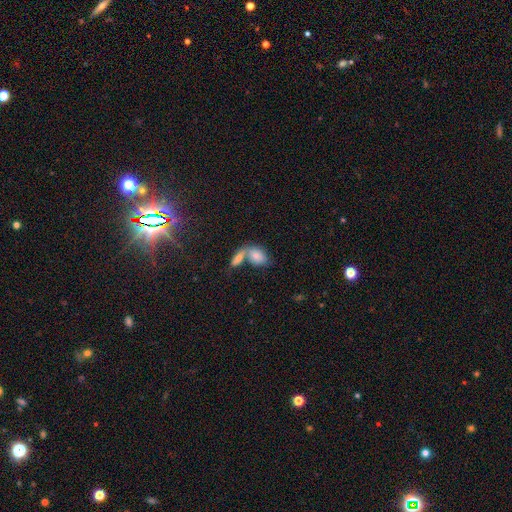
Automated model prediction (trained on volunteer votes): Smooth or featured?
  - smooth: 80% *
  - featured or disk: 12%
  - star or artifact: 7%
How rounded?
  - in between: 89% *
  - round: 8%
  - cigar-shaped: 4%
Merging?
  - merger: 58% *
  - none: 29%
  - minor disturbance: 9%
  - major disturbance: 4%